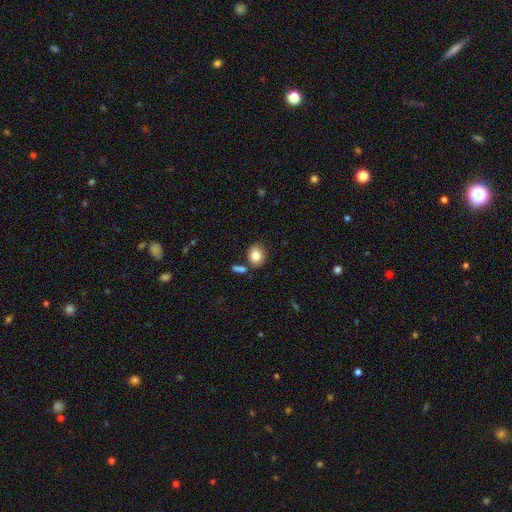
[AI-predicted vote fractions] Smooth or featured? smooth (84%)
How rounded? round (52%)
Merging? none (73%)